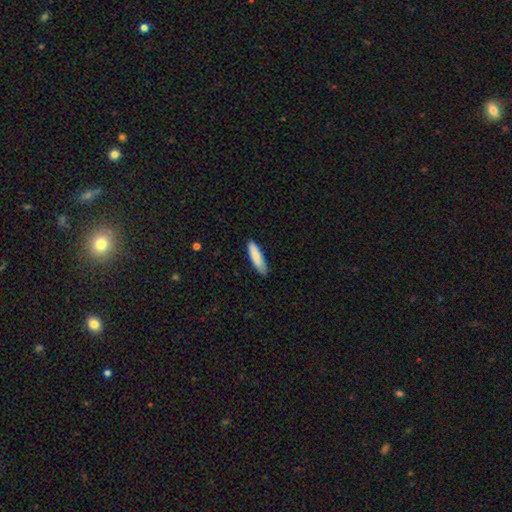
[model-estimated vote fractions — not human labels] Smooth or featured?
  - smooth: 85% *
  - featured or disk: 10%
  - star or artifact: 6%
How rounded?
  - cigar-shaped: 65% *
  - in between: 34%
  - round: 1%
Merging?
  - none: 82% *
  - minor disturbance: 15%
  - major disturbance: 2%
  - merger: 1%